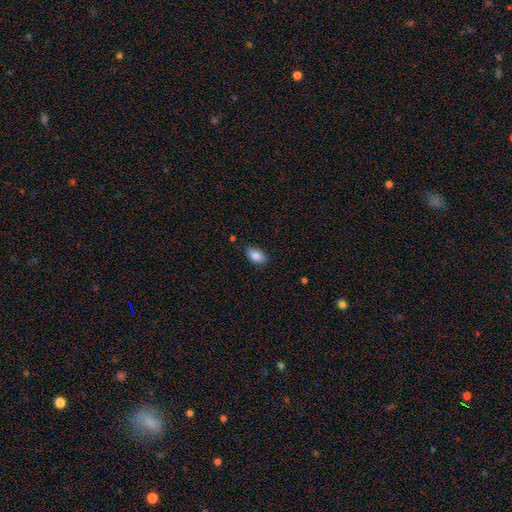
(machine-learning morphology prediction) A smooth galaxy with no disk features (86%) that is in between round and cigar-shaped (92%). Merging: none (84%).